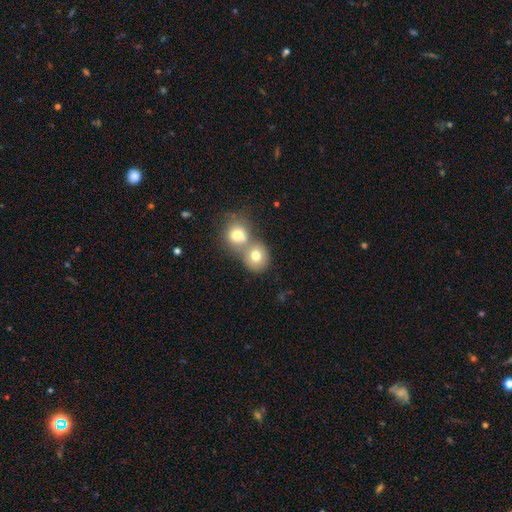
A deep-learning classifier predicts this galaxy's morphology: A smooth galaxy with no disk features (75%) that is round (78%).

Vote fractions:
- Smooth or featured? smooth: 75% / featured or disk: 14% / star or artifact: 11%
- How rounded? round: 78% / in between: 21% / cigar-shaped: 1%
- Merging? merger: 56% / none: 35% / minor disturbance: 6% / major disturbance: 3%